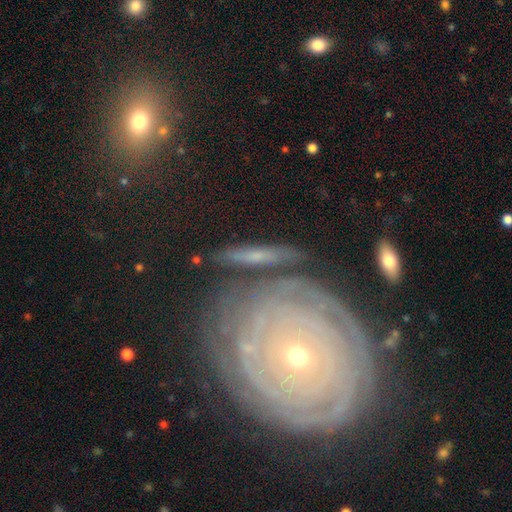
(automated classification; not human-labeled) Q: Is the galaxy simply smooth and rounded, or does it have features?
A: featured or disk — 58%.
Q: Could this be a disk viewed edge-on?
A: no — 58%.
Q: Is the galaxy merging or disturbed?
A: none — 75%.